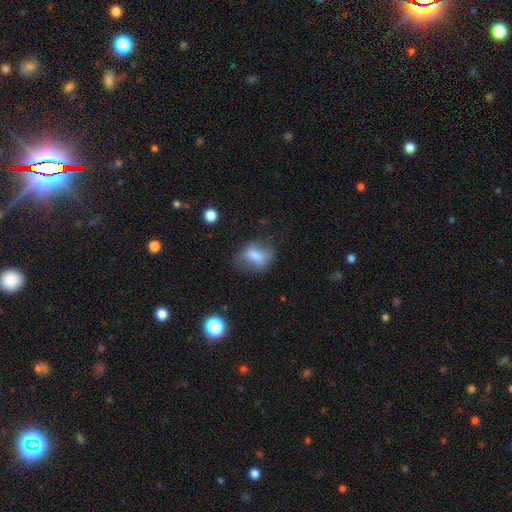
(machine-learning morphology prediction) type=smooth (70%); roundness=in between (72%); merging=none (49%).